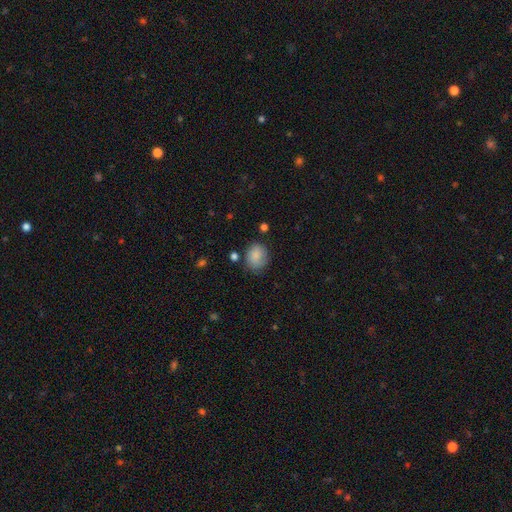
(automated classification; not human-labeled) smooth 84%, star or artifact 8%, featured or disk 7%. Down the decision tree: how rounded — round (57%); merging — none (71%).